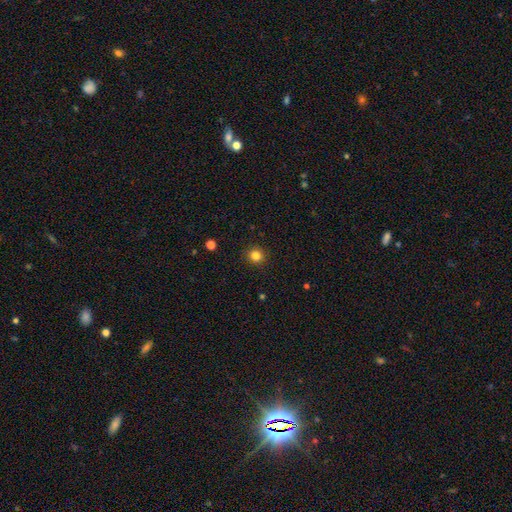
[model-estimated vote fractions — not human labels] A smooth galaxy with no disk features (83%) that is round (93%).

Vote fractions:
- Smooth or featured? smooth: 83% / star or artifact: 13% / featured or disk: 4%
- How rounded? round: 93% / in between: 6% / cigar-shaped: 1%
- Merging? none: 92% / minor disturbance: 5% / major disturbance: 2% / merger: 1%